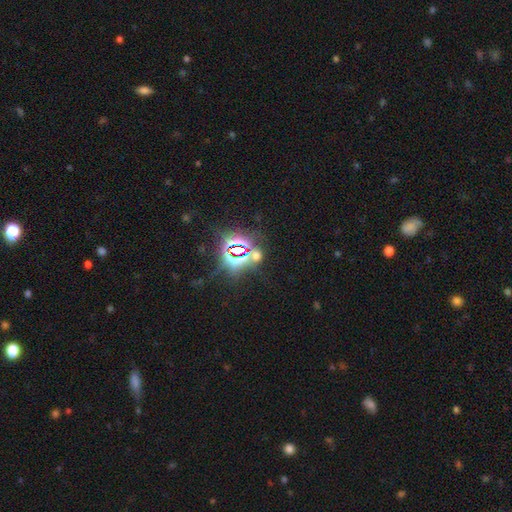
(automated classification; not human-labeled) smooth-or-featured: star or artifact: 70% | smooth: 22% | featured or disk: 7%